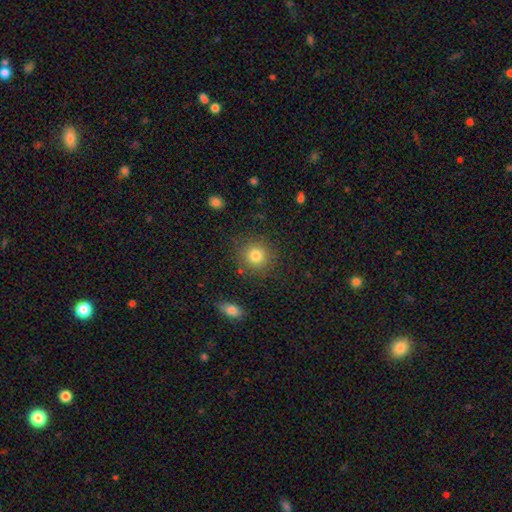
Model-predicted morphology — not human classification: A smooth galaxy with no disk features (82%) that is round (90%). Merging: none (85%).